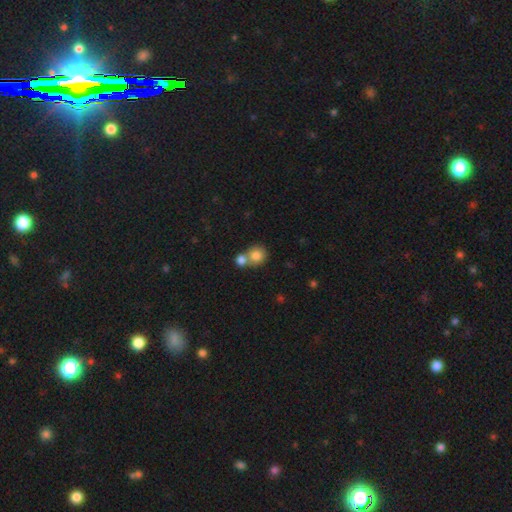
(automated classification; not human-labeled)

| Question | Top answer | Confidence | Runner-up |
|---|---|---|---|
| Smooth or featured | smooth | 82% | star or artifact (9%) |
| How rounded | round | 84% | in between (15%) |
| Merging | merger | 47% | none (43%) |